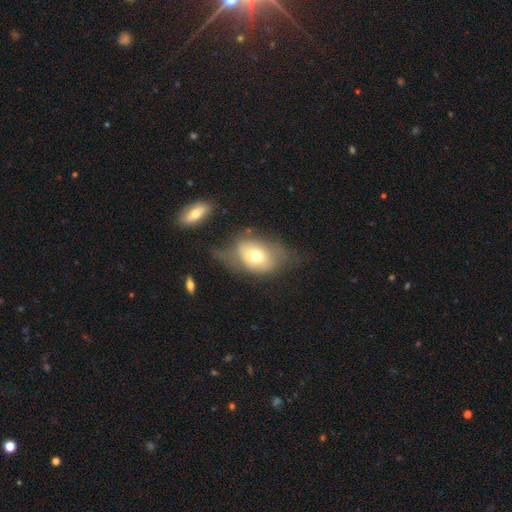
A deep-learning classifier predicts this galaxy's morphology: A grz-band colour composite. It shows a smooth galaxy with no disk features (64%) that is in between round and cigar-shaped (72%). Merging: none (34%).